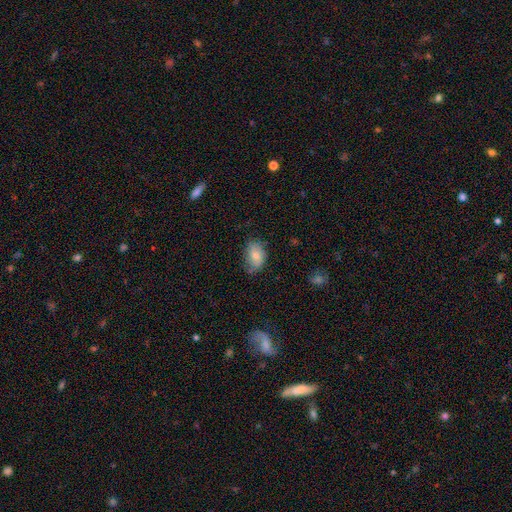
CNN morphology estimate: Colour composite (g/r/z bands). It shows a smooth galaxy with no disk features (76%) that is in between round and cigar-shaped (87%). Merging: none (66%).